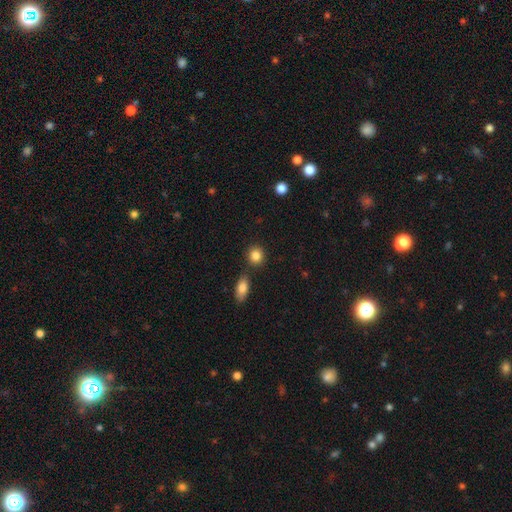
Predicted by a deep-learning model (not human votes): smooth-or-featured: smooth: 86% | star or artifact: 9% | featured or disk: 6%
  how-rounded: round: 80% | in between: 19% | cigar-shaped: 1%
  merging: none: 78% | merger: 11% | minor disturbance: 9% | major disturbance: 3%